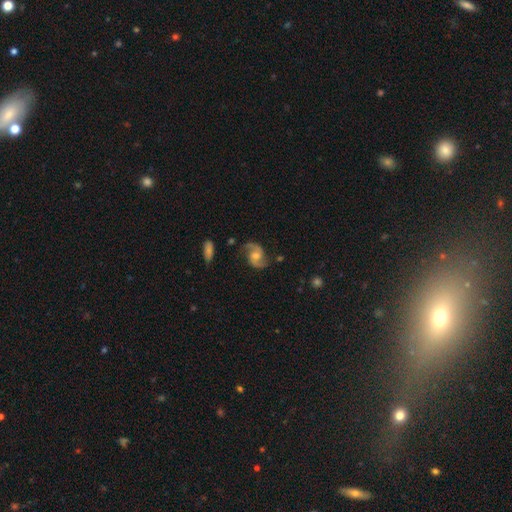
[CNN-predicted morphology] smooth_or_featured: featured or disk (p=0.89) [alt: smooth p=0.06]
disk_edge_on: no (p=0.98) [alt: yes p=0.02]
bar: no (p=0.53) [alt: weak p=0.39]
has_spiral_arms: yes (p=0.97) [alt: no p=0.03]
spiral_winding: medium (p=0.51) [alt: loose p=0.37]
spiral_arm_count: 2 (p=0.94) [alt: can't tell p=0.02]
bulge_size: moderate (p=0.56) [alt: small p=0.33]
merging: none (p=0.78) [alt: minor disturbance p=0.15]